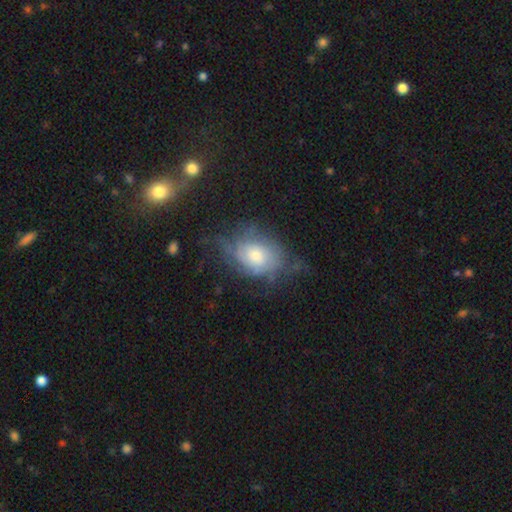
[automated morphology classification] A featured or disk galaxy (58%) with no bar (81%), spiral arms (75%) and a moderate central bulge (52%).

Vote fractions:
- Smooth or featured? featured or disk: 58% / smooth: 33% / star or artifact: 9%
- Edge-on disk? no: 95% / yes: 5%
- Bar? no: 81% / weak: 17% / strong: 3%
- Spiral arms? yes: 75% / no: 25%
- Bulge size? moderate: 52% / small: 33% / large: 11% / none: 2% / dominant: 2%
- Merging? none: 49% / minor disturbance: 28% / major disturbance: 21% / merger: 2%